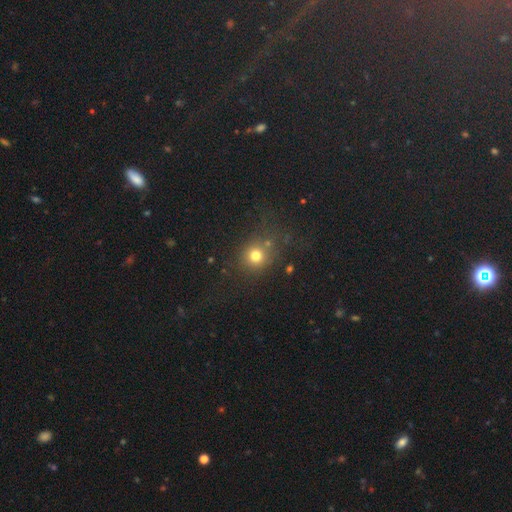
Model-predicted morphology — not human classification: This appears to be a smooth galaxy with no disk features (74%) that is round (86%). Merging: none (70%).